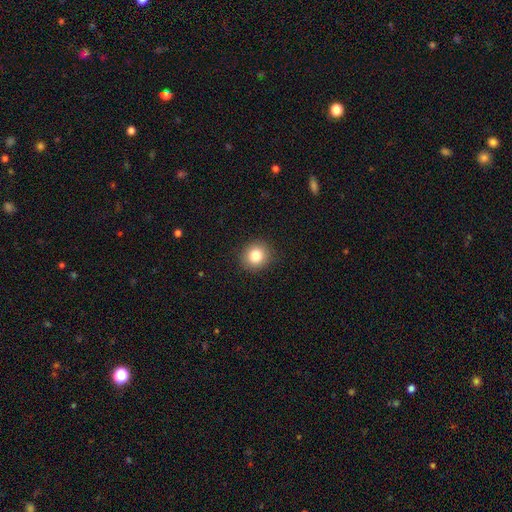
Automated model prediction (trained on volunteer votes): smooth 83%, star or artifact 10%, featured or disk 7%. Down the decision tree: how rounded — round (84%); merging — none (91%).